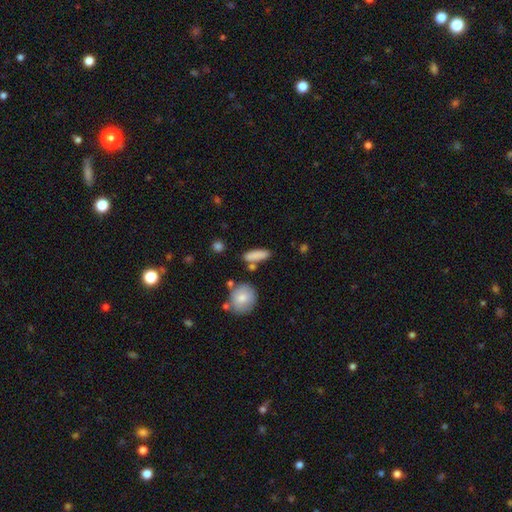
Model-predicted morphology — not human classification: This is clearly a smooth galaxy (84%). How rounded: possibly in between (50%). Merging: likely none (75%).